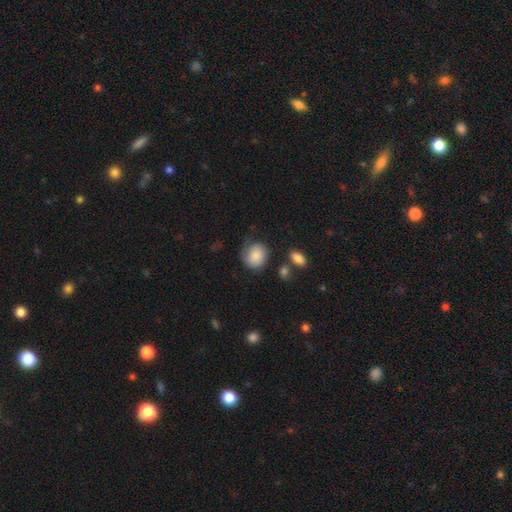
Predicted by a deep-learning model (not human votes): smooth_or_featured: smooth (p=0.78) [alt: featured or disk p=0.15]
how_rounded: round (p=0.69) [alt: in between p=0.30]
merging: none (p=0.55) [alt: minor disturbance p=0.28]